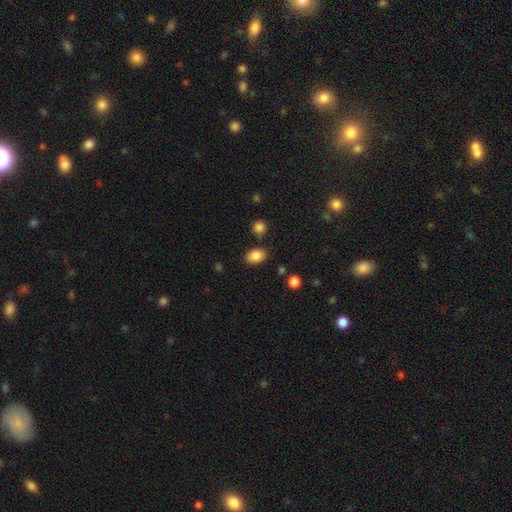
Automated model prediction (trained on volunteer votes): This appears to be a smooth galaxy with no disk features (86%) that is in between round and cigar-shaped (79%). Merging: none (80%).